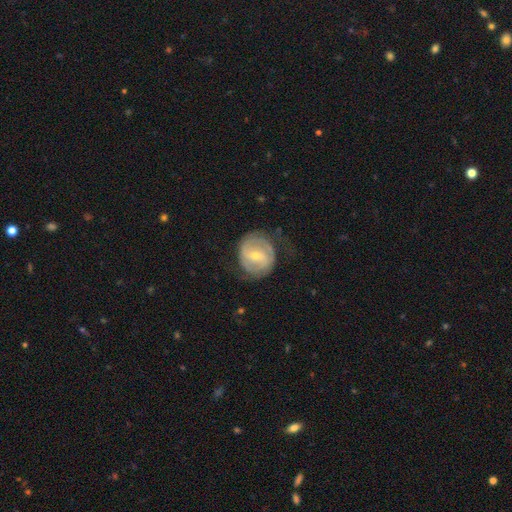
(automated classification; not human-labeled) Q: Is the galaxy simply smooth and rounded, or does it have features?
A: featured or disk — 77%.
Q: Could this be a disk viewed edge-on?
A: no — 97%.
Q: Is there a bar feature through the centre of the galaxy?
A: weak — 47%.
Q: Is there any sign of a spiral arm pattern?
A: yes — 86%.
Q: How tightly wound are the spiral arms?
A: tight — 46%.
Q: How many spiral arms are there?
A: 2 — 73%.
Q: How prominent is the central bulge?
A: small — 54%.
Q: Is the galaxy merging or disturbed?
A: none — 65%.